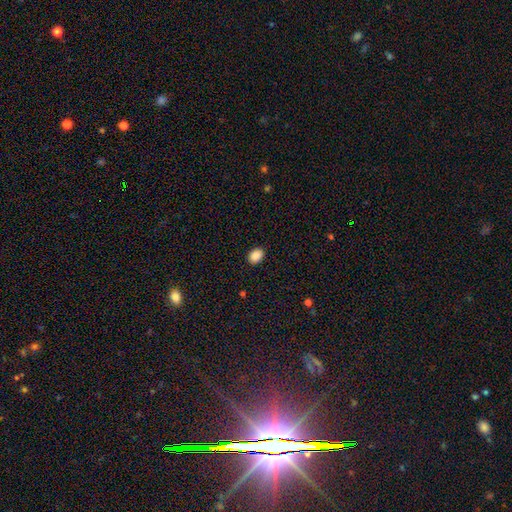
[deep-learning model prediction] Smooth or featured? Predicted: smooth (p=0.88). How rounded? Predicted: in between (p=0.71). Merging? Predicted: none (p=0.89).